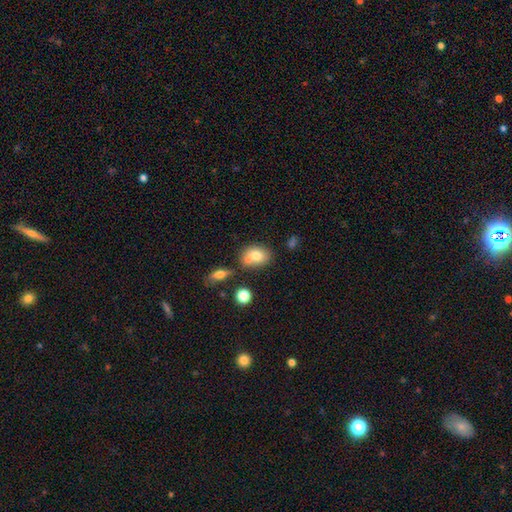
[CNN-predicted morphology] Smooth or featured: smooth — 74% (featured or disk — 16%)
How rounded: in between — 57% (round — 41%)
Merging: none — 47% (merger — 33%)